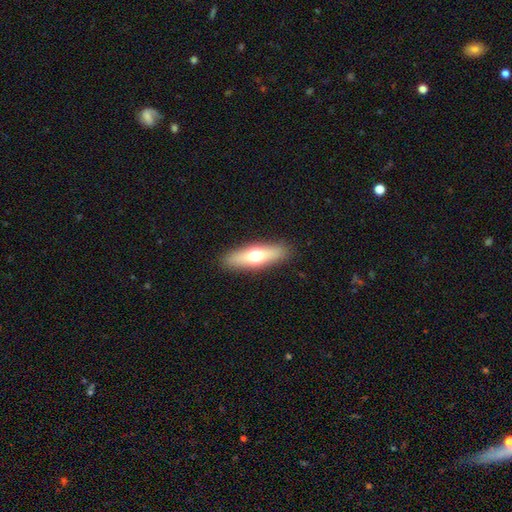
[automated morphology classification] type=smooth (61%); roundness=cigar-shaped (51%); merging=none (90%).